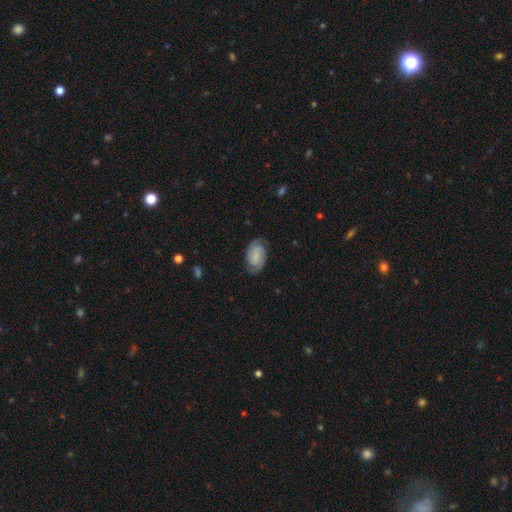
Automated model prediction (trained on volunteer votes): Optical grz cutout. It shows a featured or disk galaxy (77%) with no bar (54%), 2 (89%) tight (54%) spiral arms (96%) and a small central bulge (42%). Merging: none (79%).